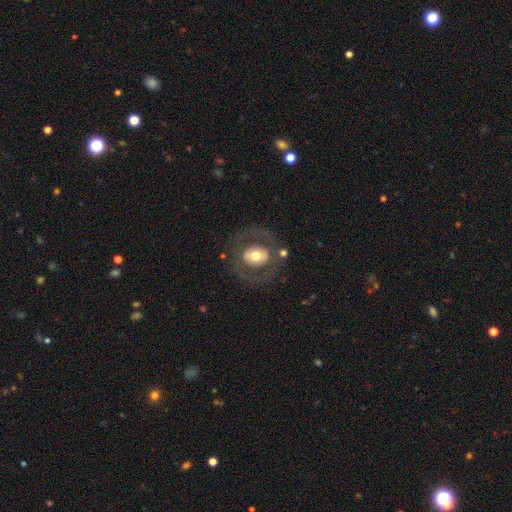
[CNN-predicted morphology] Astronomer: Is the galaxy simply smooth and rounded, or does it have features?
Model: featured or disk — 51% (runner-up: smooth, 41%).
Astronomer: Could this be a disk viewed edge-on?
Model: no — 94%.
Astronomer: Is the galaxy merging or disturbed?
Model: none — 73%.